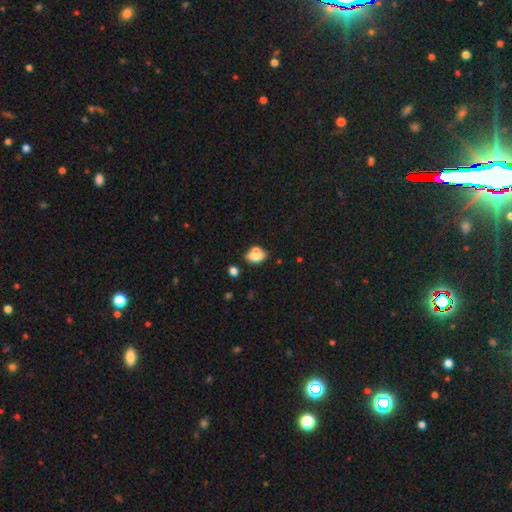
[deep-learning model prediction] smooth 69%, featured or disk 21%, star or artifact 10%. Down the decision tree: how rounded — in between (71%); merging — none (41%).